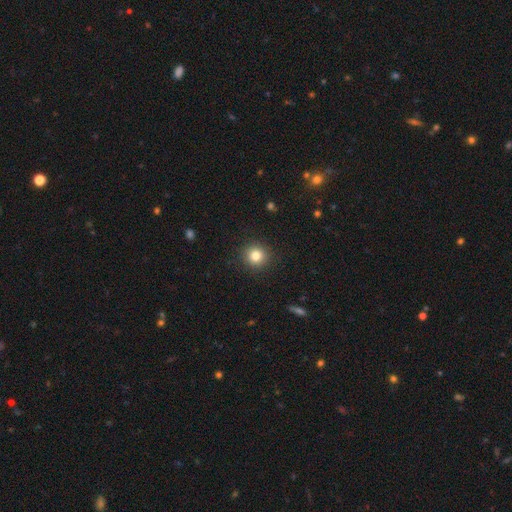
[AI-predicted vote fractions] Overall: smooth (82%). How rounded: round (94%). Merging: none (92%).